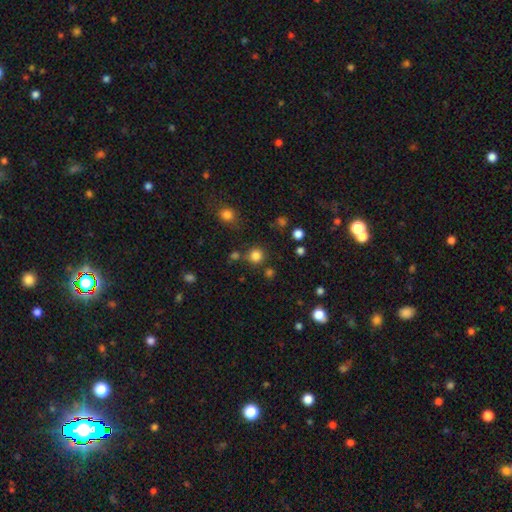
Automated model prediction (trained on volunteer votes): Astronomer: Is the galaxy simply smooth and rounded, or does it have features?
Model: smooth — 82%.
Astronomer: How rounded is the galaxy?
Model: round — 93%.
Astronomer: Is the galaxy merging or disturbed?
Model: none — 82%.